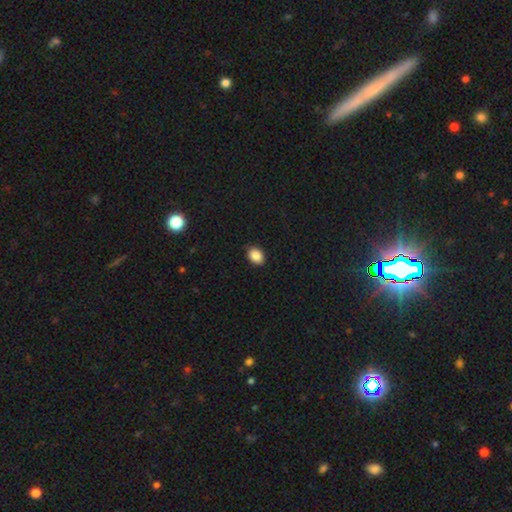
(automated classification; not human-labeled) Smooth or featured? smooth (87%)
How rounded? in between (71%)
Merging? none (87%)